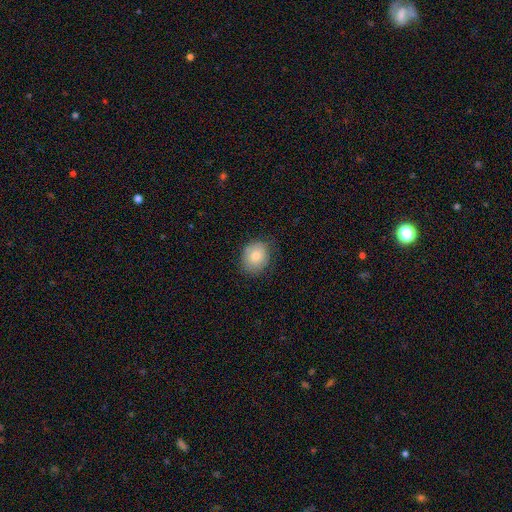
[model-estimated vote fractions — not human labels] Smooth or featured? smooth (80%)
How rounded? round (56%)
Merging? none (75%)